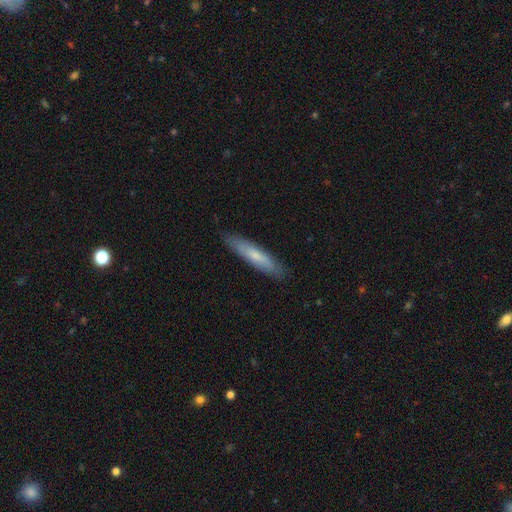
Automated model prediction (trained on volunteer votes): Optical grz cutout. It shows a smooth galaxy with no disk features (66%) that is cigar-shaped (87%). Merging: none (88%).